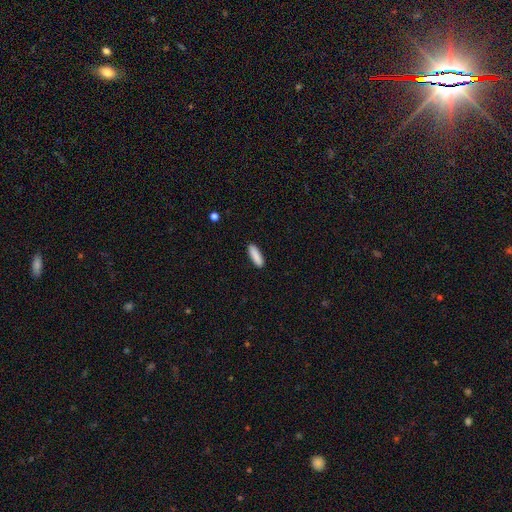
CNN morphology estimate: A smooth galaxy with no disk features (89%) that is cigar-shaped (55%).

Vote fractions:
- Smooth or featured? smooth: 89% / star or artifact: 6% / featured or disk: 5%
- How rounded? cigar-shaped: 55% / in between: 44% / round: 2%
- Merging? none: 90% / minor disturbance: 7% / major disturbance: 2% / merger: 1%